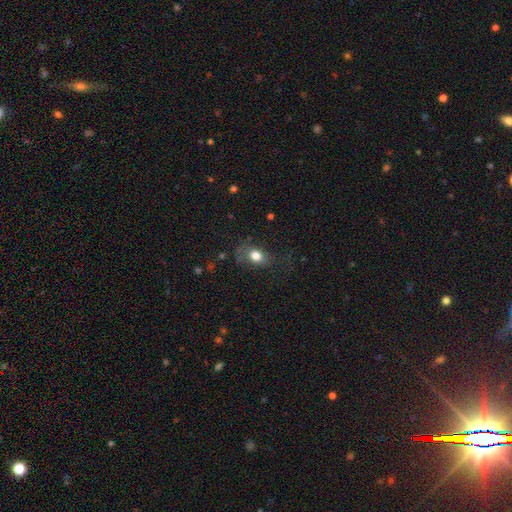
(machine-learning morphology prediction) Q: Smooth or featured?
A: smooth (76%); runner-up: featured or disk (13%)
Q: How rounded?
A: in between (64%); runner-up: round (34%)
Q: Merging?
A: none (55%); runner-up: minor disturbance (25%)